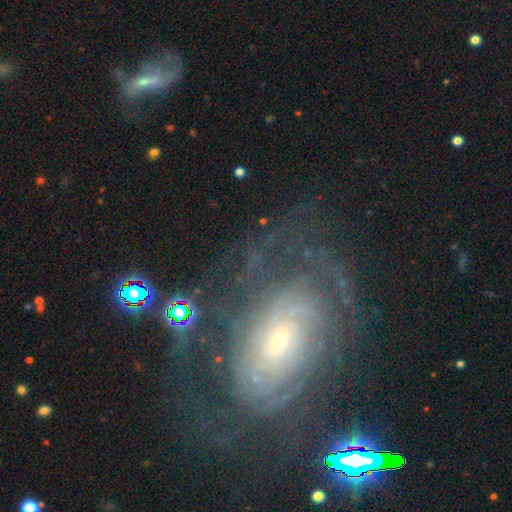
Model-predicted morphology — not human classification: Smooth or featured?
  - featured or disk: 81% *
  - star or artifact: 10%
  - smooth: 9%
Edge-on disk?
  - no: 95% *
  - yes: 5%
Bar?
  - no: 73% *
  - weak: 20%
  - strong: 7%
Spiral arms?
  - yes: 93% *
  - no: 7%
Spiral winding?
  - tight: 73% *
  - medium: 21%
  - loose: 7%
Spiral arm count?
  - can't tell: 43% *
  - more than 4: 15%
  - 2: 13%
  - 4: 12%
  - 3: 10%
  - 1: 6%
Bulge size?
  - small: 80% *
  - moderate: 16%
  - large: 2%
  - none: 2%
  - dominant: 1%
Merging?
  - none: 66% *
  - minor disturbance: 17%
  - major disturbance: 15%
  - merger: 3%